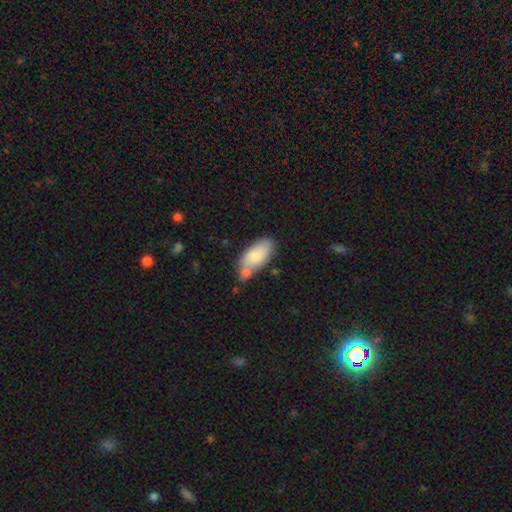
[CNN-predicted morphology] A smooth galaxy with no disk features (79%) that is in between round and cigar-shaped (89%). Merging: none (53%).